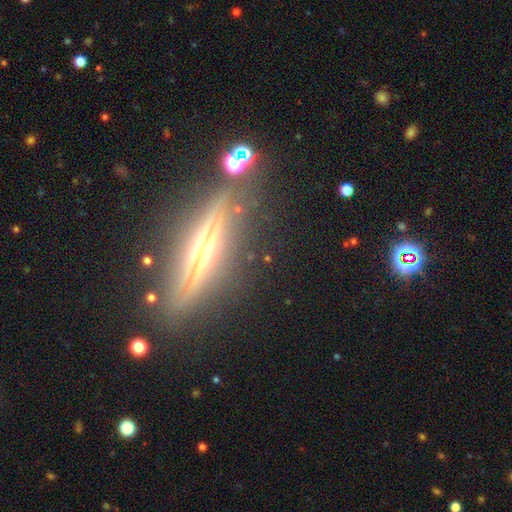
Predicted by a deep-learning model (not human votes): This appears to be a featured or disk galaxy (68%) viewed edge-on (84%) with a rounded central bulge (80%). Merging: none (77%).